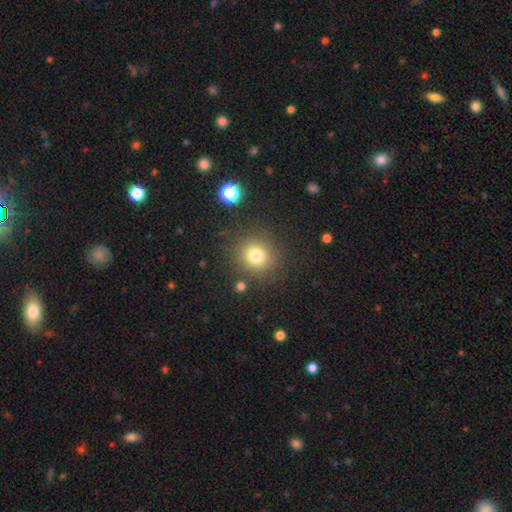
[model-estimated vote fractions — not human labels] smooth-or-featured: smooth: 77% | star or artifact: 15% | featured or disk: 8%
  how-rounded: round: 89% | in between: 10% | cigar-shaped: 1%
  merging: none: 85% | minor disturbance: 8% | major disturbance: 4% | merger: 3%